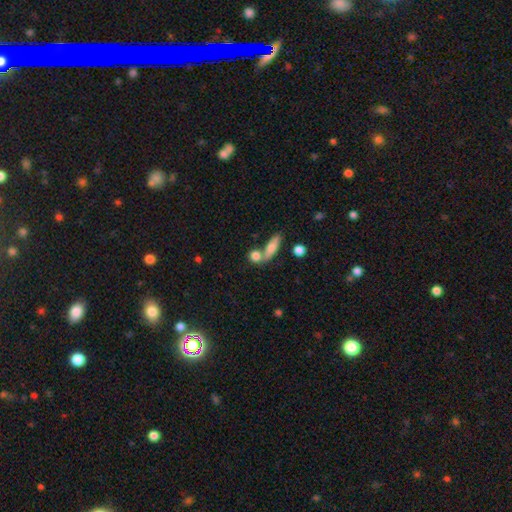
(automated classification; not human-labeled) Q: Smooth or featured?
A: smooth (77%); runner-up: featured or disk (14%)
Q: How rounded?
A: round (52%); runner-up: in between (34%)
Q: Merging?
A: none (47%); runner-up: merger (38%)